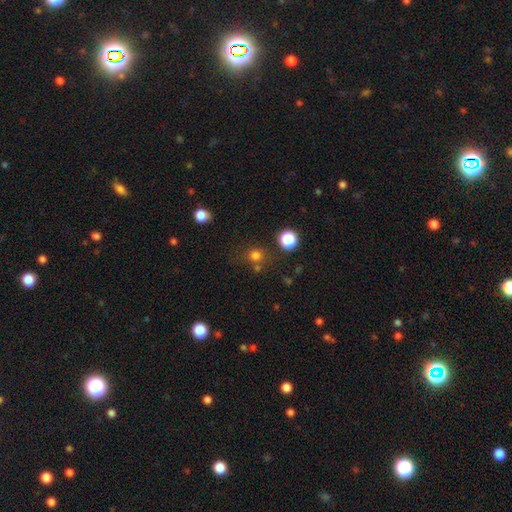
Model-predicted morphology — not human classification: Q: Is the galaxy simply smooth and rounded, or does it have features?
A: smooth — 75%.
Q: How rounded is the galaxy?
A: round — 84%.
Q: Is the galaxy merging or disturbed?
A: none — 68%.